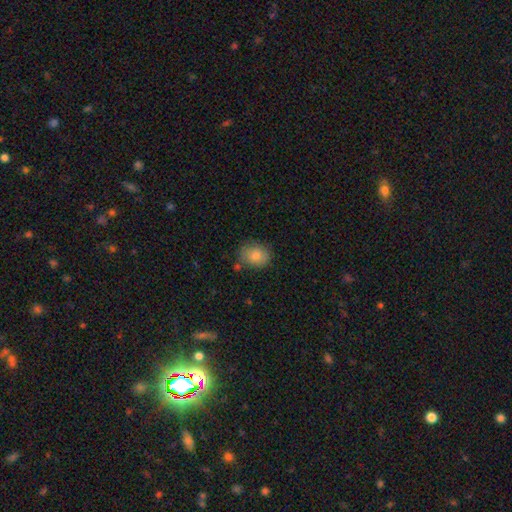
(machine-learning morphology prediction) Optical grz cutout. It shows a smooth galaxy with no disk features (82%) that is round (57%). Merging: none (73%).